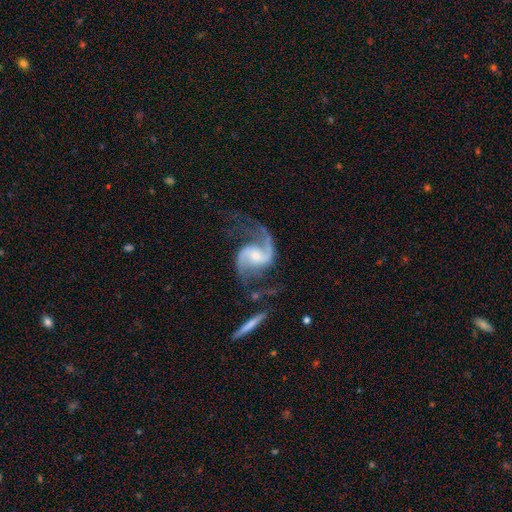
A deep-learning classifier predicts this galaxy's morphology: Smooth or featured? Predicted: featured or disk (p=0.92). Edge-on disk? Predicted: no (p=0.98). Bar? Predicted: weak (p=0.45). Spiral arms? Predicted: yes (p=0.98). Spiral winding? Predicted: loose (p=0.56). Spiral arm count? Predicted: 2 (p=0.92). Bulge size? Predicted: small (p=0.46). Merging? Predicted: none (p=0.58).